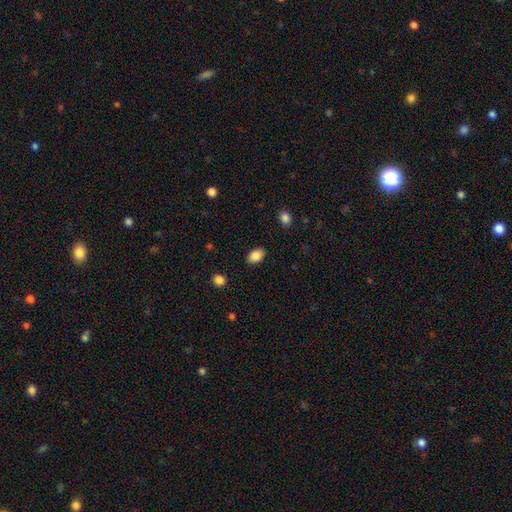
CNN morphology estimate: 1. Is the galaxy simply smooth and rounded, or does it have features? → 87% smooth, 8% star or artifact, 5% featured or disk.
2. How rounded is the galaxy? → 88% in between, 11% round, 1% cigar-shaped.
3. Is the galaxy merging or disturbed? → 87% none, 10% minor disturbance, 3% major disturbance, 1% merger.